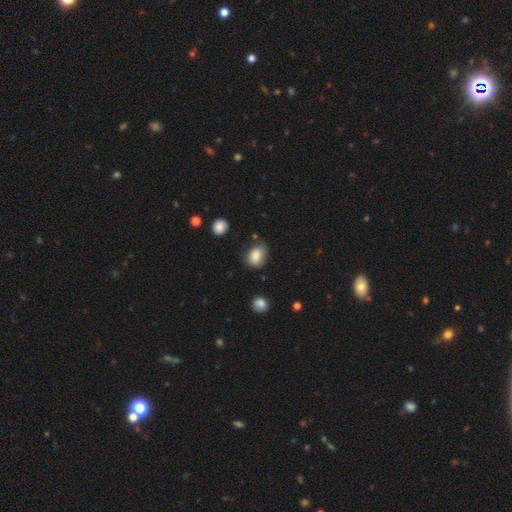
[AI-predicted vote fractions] smooth_or_featured: smooth (p=0.84) [alt: star or artifact p=0.09]
how_rounded: in between (p=0.69) [alt: round p=0.30]
merging: none (p=0.60) [alt: minor disturbance p=0.28]